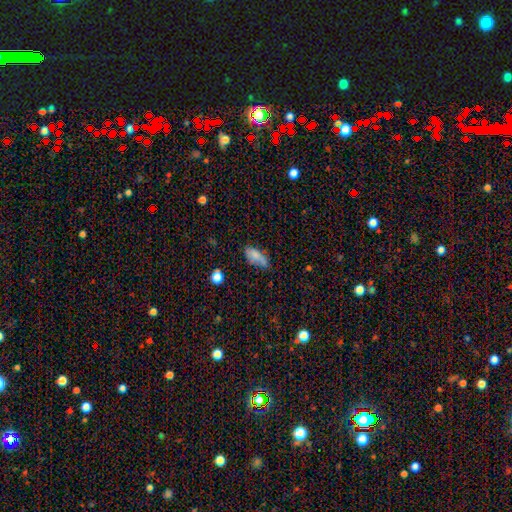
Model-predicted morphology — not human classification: Smooth or featured: smooth — 77% (featured or disk — 14%)
How rounded: in between — 86% (cigar-shaped — 11%)
Merging: none — 52% (minor disturbance — 31%)